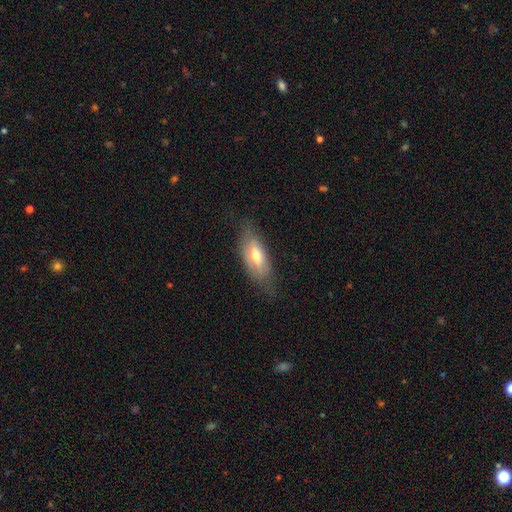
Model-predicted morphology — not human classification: This is possibly a smooth galaxy (56%). How rounded: likely in between (70%). Merging: likely none (70%).